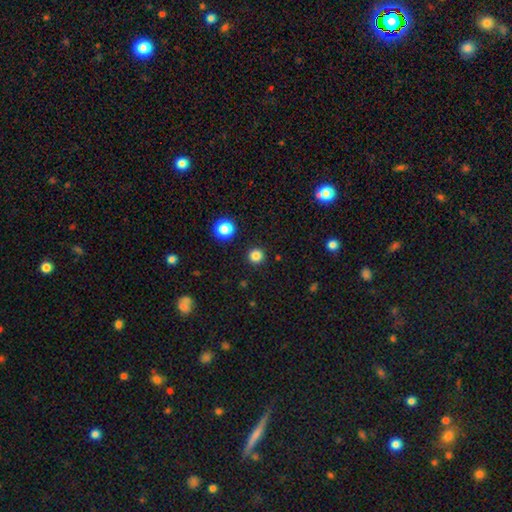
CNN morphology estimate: type=smooth (83%); roundness=round (95%); merging=none (92%).